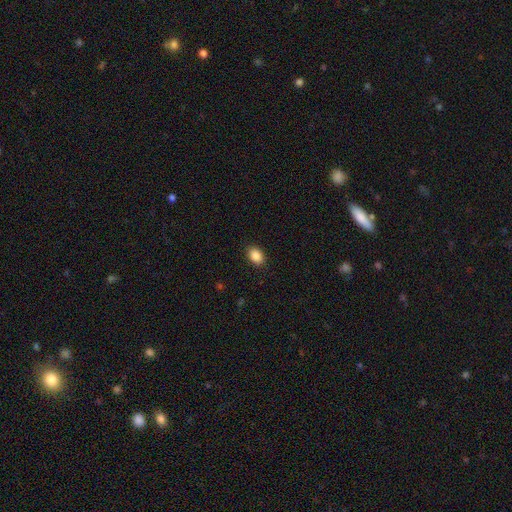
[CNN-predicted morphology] Overall: smooth (88%). How rounded: in between (77%). Merging: none (90%).